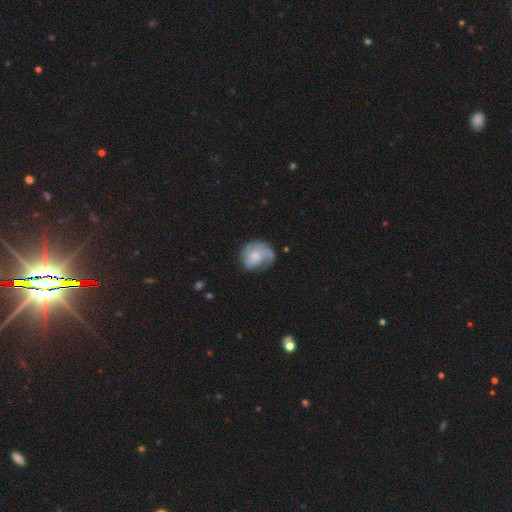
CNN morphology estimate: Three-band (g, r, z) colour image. It shows a featured or disk galaxy (56%) with no bar (73%), spiral arms (82%) and a small central bulge (43%). Merging: none (53%).